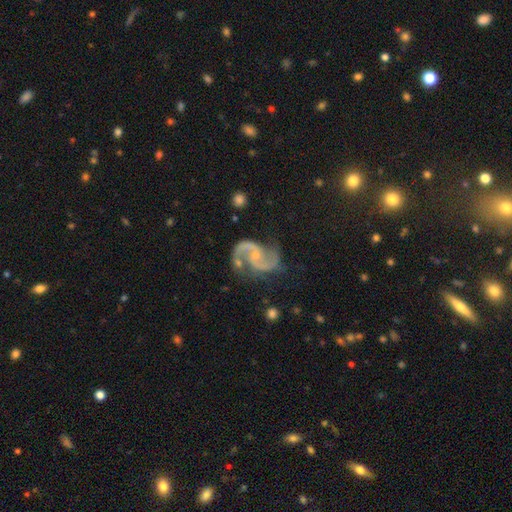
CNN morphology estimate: smooth-or-featured: featured or disk: 92% | star or artifact: 5% | smooth: 3%
  disk-edge-on: no: 98% | yes: 2%
    bar: no: 54% | weak: 35% | strong: 10%
    has-spiral-arms: yes: 98% | no: 2%
      spiral-winding: medium: 53% | loose: 37% | tight: 11%
      spiral-arm-count: 2: 94% | can't tell: 2% | 3: 1% | 1: 1% | 4: 1% | more than 4: 1%
    bulge-size: small: 69% | moderate: 23% | none: 6% | large: 1% | dominant: 1%
  merging: none: 73% | minor disturbance: 16% | major disturbance: 8% | merger: 3%